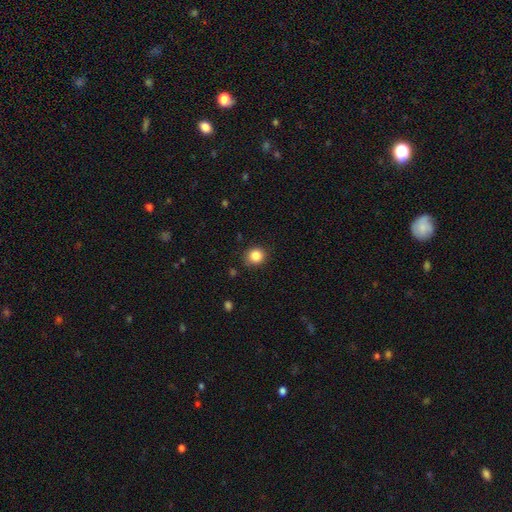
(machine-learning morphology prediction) This appears to be a smooth galaxy with no disk features (85%) that is round (85%). Merging: none (85%).